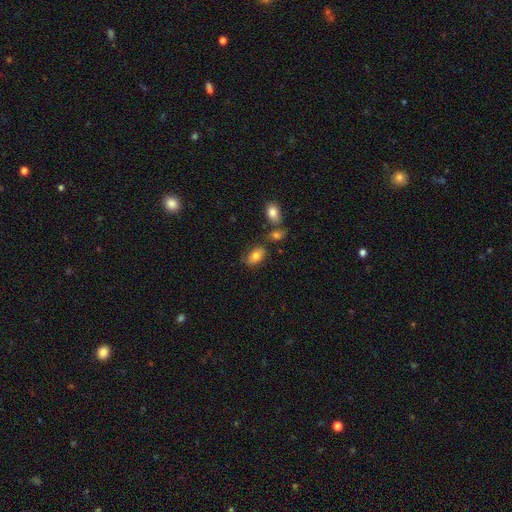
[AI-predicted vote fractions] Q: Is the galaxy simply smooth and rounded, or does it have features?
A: smooth — 76%.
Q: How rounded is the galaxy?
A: in between — 92%.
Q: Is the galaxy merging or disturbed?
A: none — 66%.